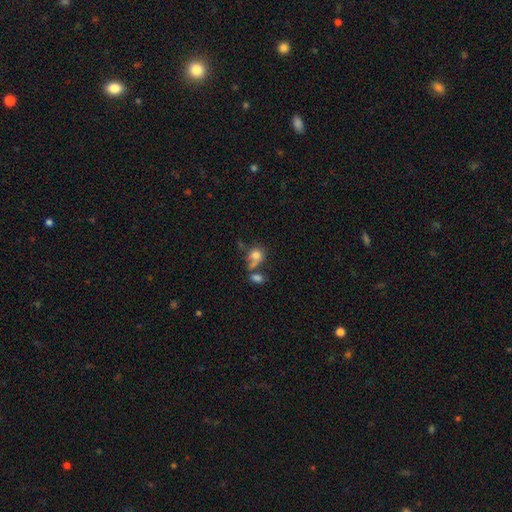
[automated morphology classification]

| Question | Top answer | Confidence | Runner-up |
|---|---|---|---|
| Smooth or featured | smooth | 74% | featured or disk (15%) |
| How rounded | round | 59% | in between (39%) |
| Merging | none | 36% | tied: merger (36%) |